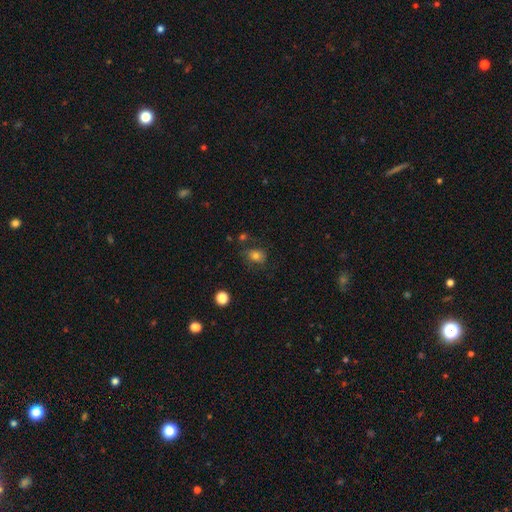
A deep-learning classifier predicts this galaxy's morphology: Smooth or featured? smooth (76%)
How rounded? round (53%)
Merging? none (70%)